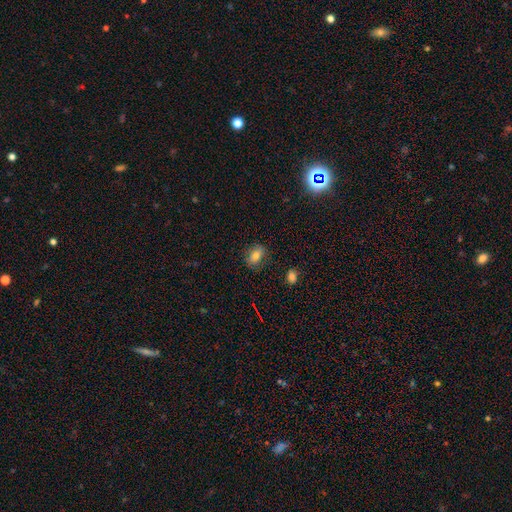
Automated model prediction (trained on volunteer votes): Smooth or featured: smooth — 75% (featured or disk — 13%)
How rounded: in between — 73% (round — 24%)
Merging: none — 82% (minor disturbance — 14%)